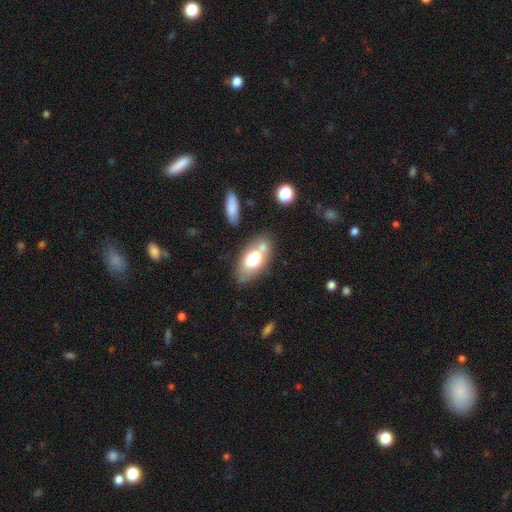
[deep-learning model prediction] This is likely a smooth galaxy (66%). How rounded: clearly in between (88%). Merging: possibly none (59%).